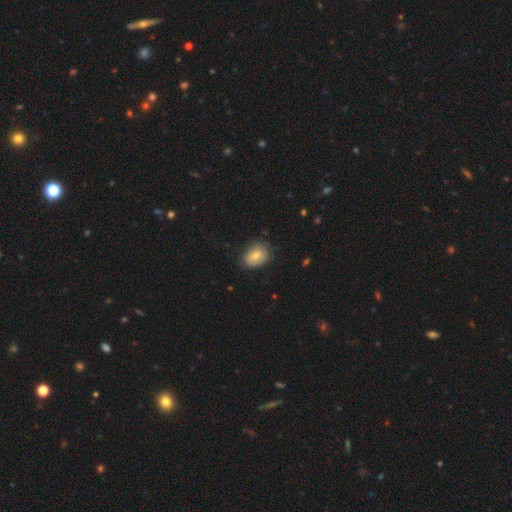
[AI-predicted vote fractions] Smooth or featured: smooth — 67% (featured or disk — 25%)
How rounded: in between — 62% (round — 37%)
Merging: none — 73% (minor disturbance — 21%)